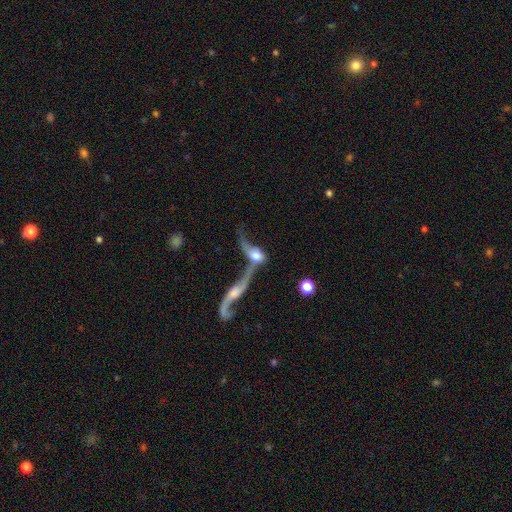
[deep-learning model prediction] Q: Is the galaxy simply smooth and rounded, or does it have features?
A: featured or disk — 50%.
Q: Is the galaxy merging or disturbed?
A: merger — 72%.